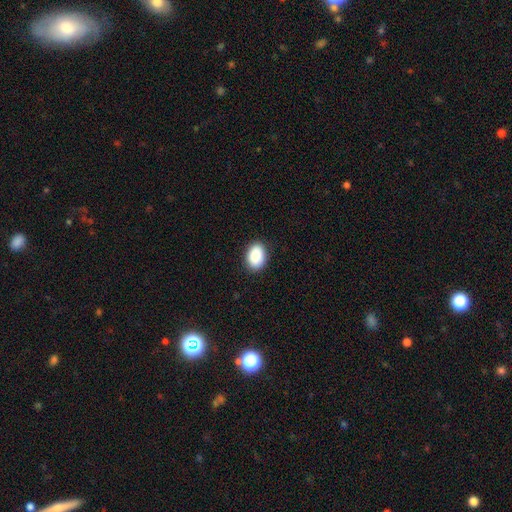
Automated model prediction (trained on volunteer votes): smooth 90%, star or artifact 7%, featured or disk 3%. Down the decision tree: how rounded — in between (83%); merging — none (88%).